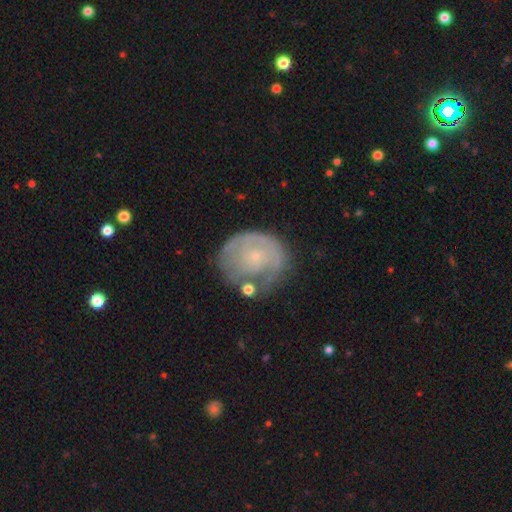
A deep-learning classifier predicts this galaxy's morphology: smooth-or-featured: featured or disk: 65% | smooth: 27% | star or artifact: 8%
  disk-edge-on: no: 97% | yes: 3%
    bar: no: 83% | weak: 14% | strong: 3%
    has-spiral-arms: yes: 72% | no: 28%
    bulge-size: small: 83% | moderate: 11% | none: 4% | large: 1% | dominant: 1%
  merging: none: 54% | minor disturbance: 26% | major disturbance: 15% | merger: 5%